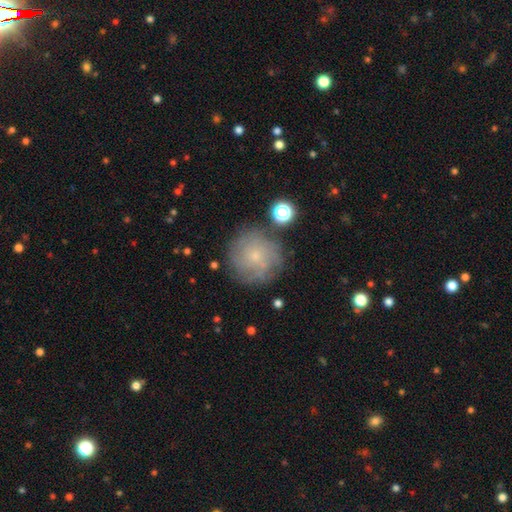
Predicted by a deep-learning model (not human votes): smooth_or_featured: featured or disk (p=0.44) [alt: smooth p=0.43]
merging: none (p=0.76) [alt: minor disturbance p=0.14]